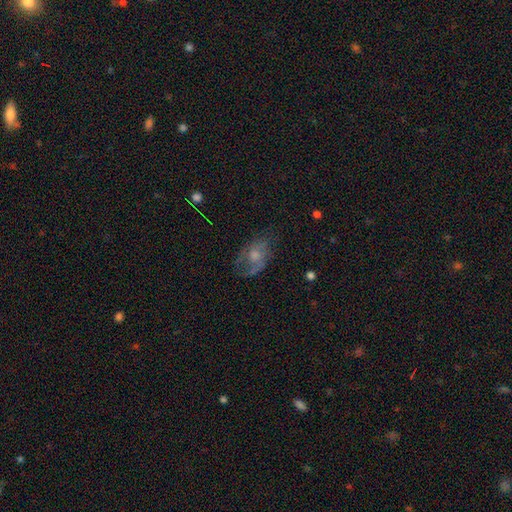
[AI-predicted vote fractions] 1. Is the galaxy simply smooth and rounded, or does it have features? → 49% featured or disk, 39% smooth, 11% star or artifact.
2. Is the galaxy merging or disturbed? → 49% none, 25% minor disturbance, 23% major disturbance, 2% merger.